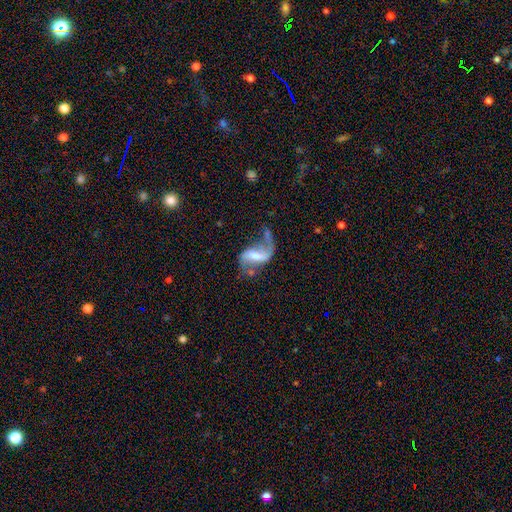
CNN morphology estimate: This appears to be a featured or disk galaxy (85%) with a weak bar (47%), 2 (77%) loose (78%) spiral arms (93%) and a moderate central bulge (42%). Merging: none (44%).